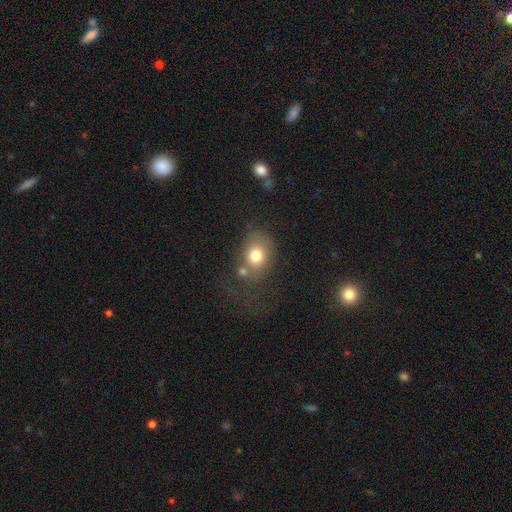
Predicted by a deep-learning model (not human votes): A smooth galaxy with no disk features (76%) that is in between round and cigar-shaped (54%). Merging: none (50%).